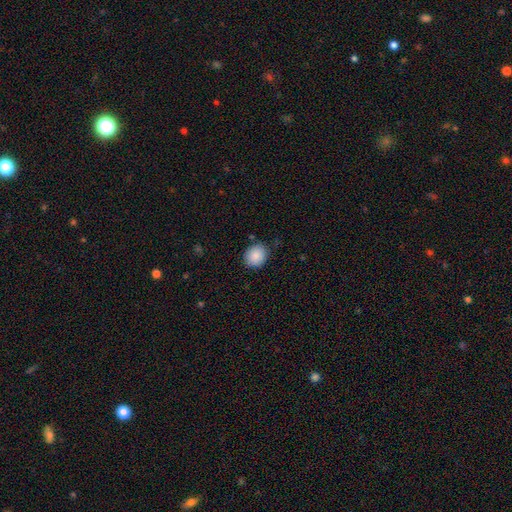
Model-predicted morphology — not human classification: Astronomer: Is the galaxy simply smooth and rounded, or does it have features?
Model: smooth — 88%.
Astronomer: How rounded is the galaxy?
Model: round — 67%.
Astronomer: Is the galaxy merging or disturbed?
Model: none — 83%.